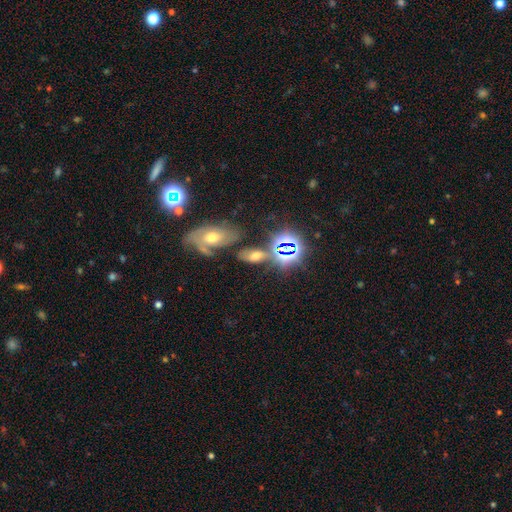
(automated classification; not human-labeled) The model was most divided on "smooth or featured": smooth: 42%, star or artifact: 40%, featured or disk: 19%. More confident: merging — none (56%).